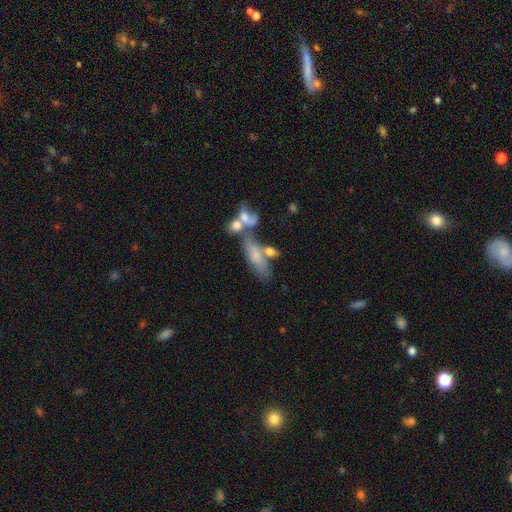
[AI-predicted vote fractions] smooth_or_featured: smooth (p=0.60) [alt: featured or disk p=0.30]
how_rounded: in between (p=0.60) [alt: cigar-shaped p=0.36]
merging: merger (p=0.41) [alt: none p=0.33]